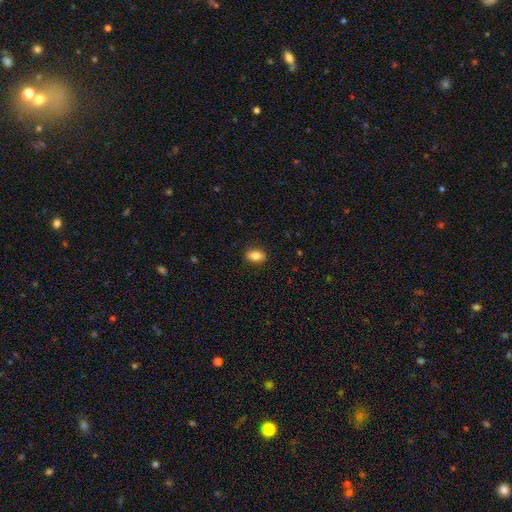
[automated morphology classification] Smooth or featured: smooth — 85% (star or artifact — 8%)
How rounded: in between — 86% (round — 12%)
Merging: none — 88% (minor disturbance — 9%)